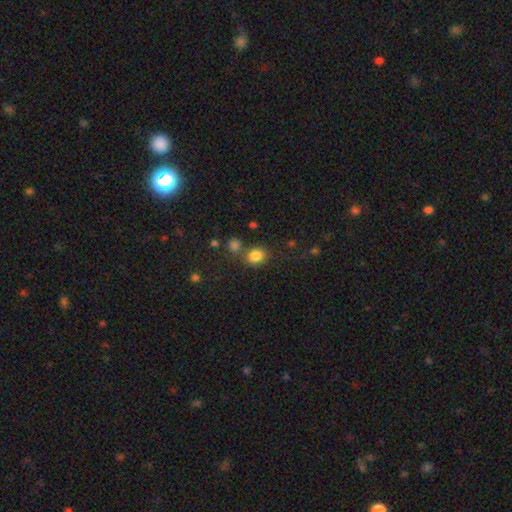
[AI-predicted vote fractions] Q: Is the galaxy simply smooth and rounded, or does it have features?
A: smooth — 82%.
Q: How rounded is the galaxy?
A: round — 71%.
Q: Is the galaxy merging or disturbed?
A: none — 67%.